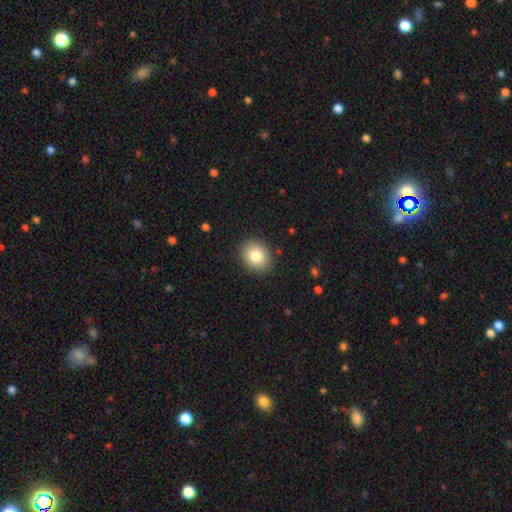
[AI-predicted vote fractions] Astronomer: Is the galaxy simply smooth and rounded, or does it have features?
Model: smooth — 83%.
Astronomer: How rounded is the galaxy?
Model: round — 60% (runner-up: in between, 39%).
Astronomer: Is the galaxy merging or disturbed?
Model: none — 89%.